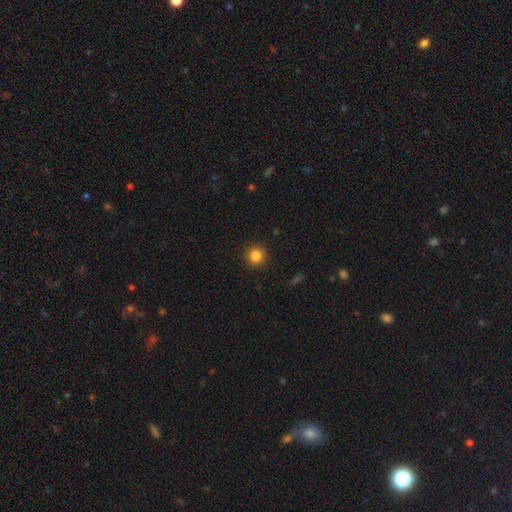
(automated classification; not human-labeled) Overall: smooth (84%). How rounded: round (95%). Merging: none (92%).